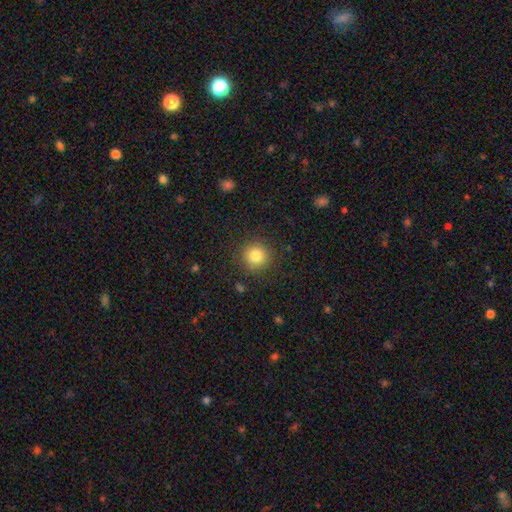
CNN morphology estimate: Q: Smooth or featured?
A: smooth (83%); runner-up: star or artifact (11%)
Q: How rounded?
A: round (94%); runner-up: in between (5%)
Q: Merging?
A: none (89%); runner-up: minor disturbance (7%)